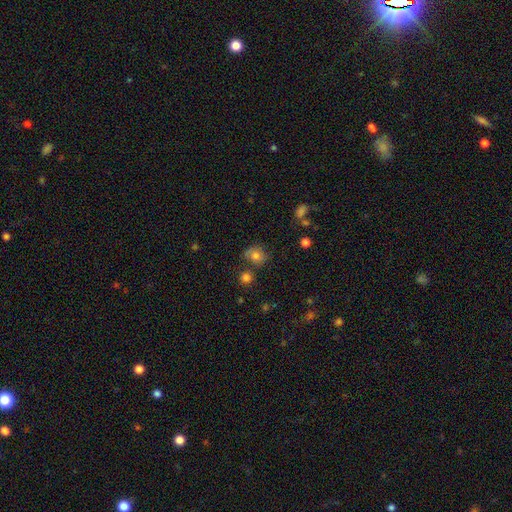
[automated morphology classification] type=smooth (69%); roundness=round (72%); merging=none (62%).